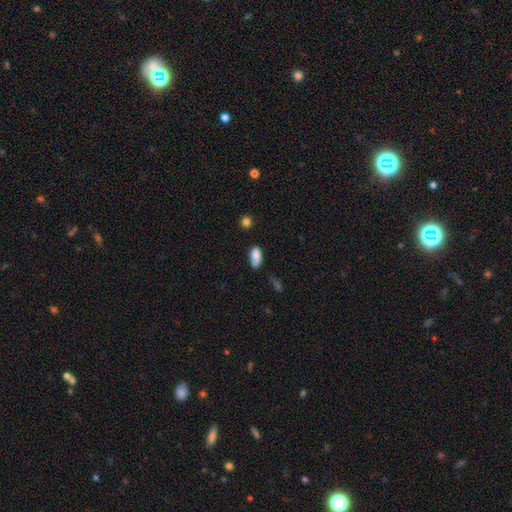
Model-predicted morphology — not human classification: A smooth galaxy with no disk features (81%) that is in between round and cigar-shaped (90%).

Vote fractions:
- Smooth or featured? smooth: 81% / featured or disk: 10% / star or artifact: 8%
- How rounded? in between: 90% / cigar-shaped: 5% / round: 4%
- Merging? none: 52% / minor disturbance: 32% / major disturbance: 10% / merger: 6%